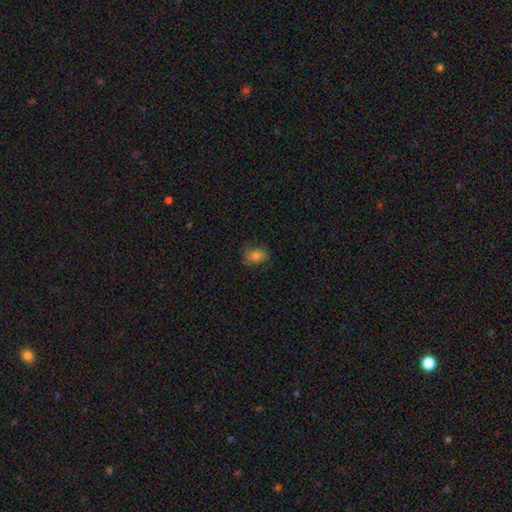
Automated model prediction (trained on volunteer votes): smooth_or_featured: smooth (p=0.76) [alt: featured or disk p=0.13]
how_rounded: in between (p=0.60) [alt: round p=0.39]
merging: none (p=0.71) [alt: minor disturbance p=0.21]